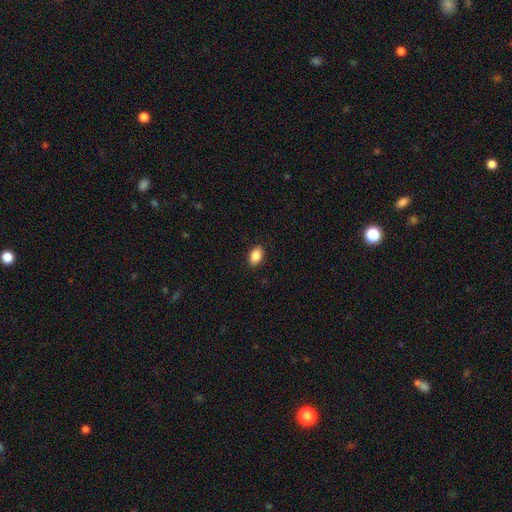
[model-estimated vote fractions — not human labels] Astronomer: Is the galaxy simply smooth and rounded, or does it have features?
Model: smooth — 88%.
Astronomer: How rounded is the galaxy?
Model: in between — 88%.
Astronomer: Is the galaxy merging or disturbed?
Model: none — 90%.